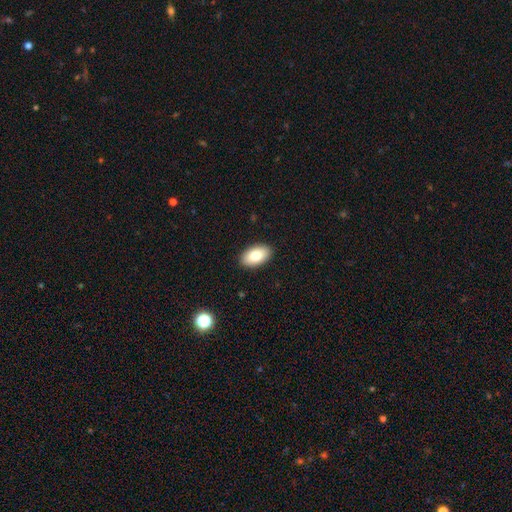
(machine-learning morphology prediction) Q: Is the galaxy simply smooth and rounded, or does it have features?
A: smooth — 80%.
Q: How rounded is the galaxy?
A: in between — 94%.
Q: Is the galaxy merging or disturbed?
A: none — 90%.